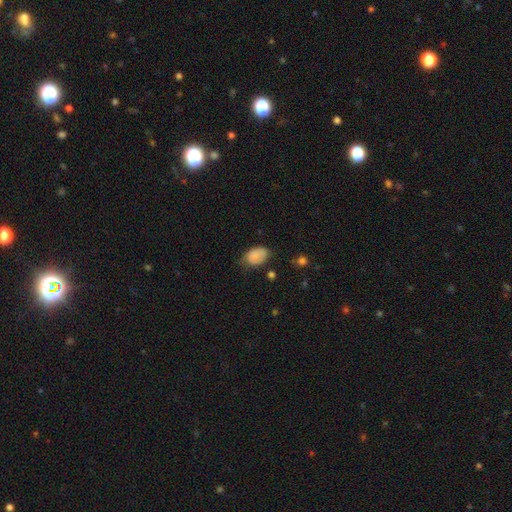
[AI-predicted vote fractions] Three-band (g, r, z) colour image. It shows a smooth galaxy with no disk features (83%) that is in between round and cigar-shaped (86%). Merging: none (57%).